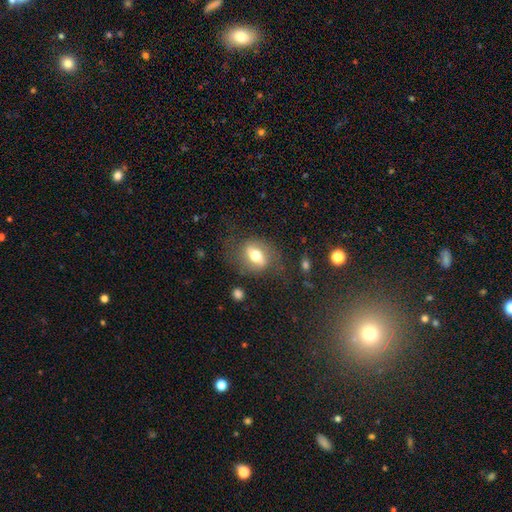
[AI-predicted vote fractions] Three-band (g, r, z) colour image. It shows a smooth galaxy with no disk features (47%). Merging: none (66%).